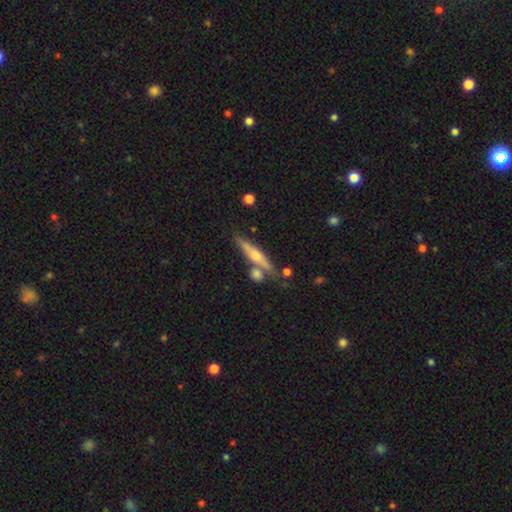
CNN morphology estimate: A featured or disk galaxy (60%) viewed edge-on (93%) with a rounded central bulge (86%). Merging: none (68%).